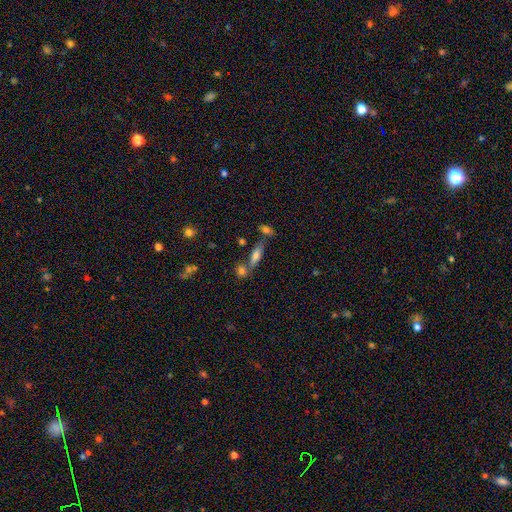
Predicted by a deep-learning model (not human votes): This is possibly a smooth galaxy (58%). How rounded: possibly cigar-shaped (51%). Merging: possibly none (59%).